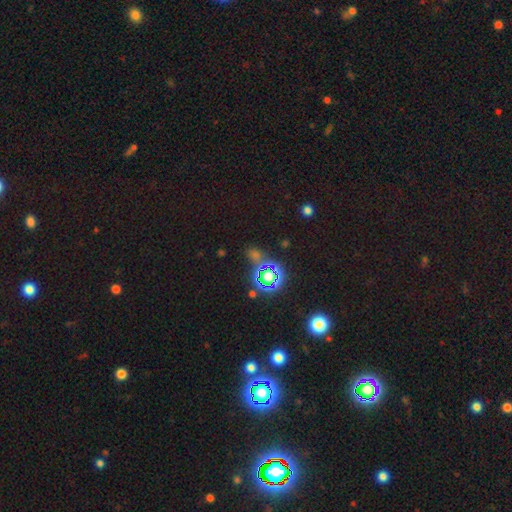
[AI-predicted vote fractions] smooth_or_featured: star or artifact (p=0.67) [alt: smooth p=0.25]